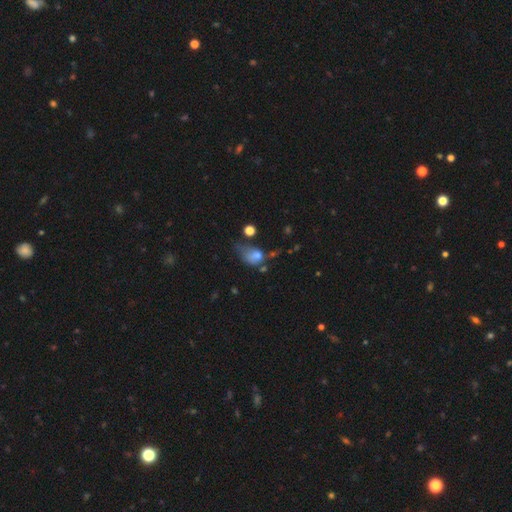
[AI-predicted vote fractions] This is likely a smooth galaxy (69%). How rounded: likely in between (66%). Merging: marginally major disturbance (43%).